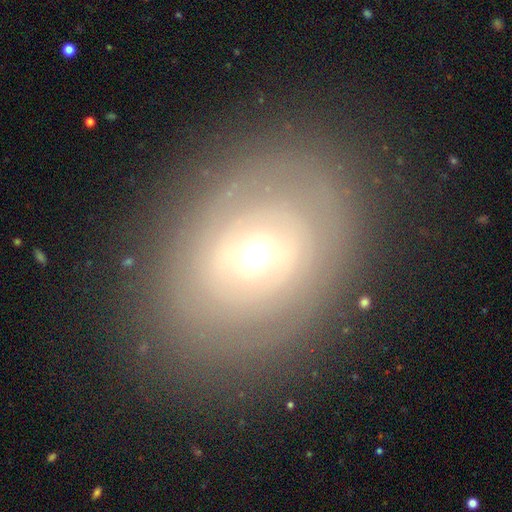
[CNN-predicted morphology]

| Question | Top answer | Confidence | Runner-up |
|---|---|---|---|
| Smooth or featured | featured or disk | 56% | smooth (35%) |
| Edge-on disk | no | 93% | yes (7%) |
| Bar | no | 76% | weak (18%) |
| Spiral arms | no | 67% | yes (33%) |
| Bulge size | moderate | 57% | small (34%) |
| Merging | none | 82% | minor disturbance (11%) |